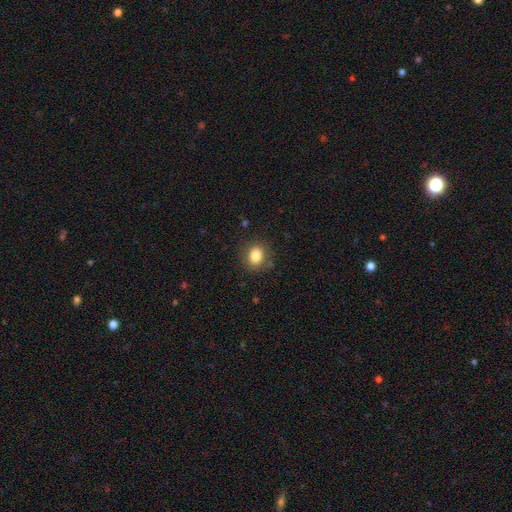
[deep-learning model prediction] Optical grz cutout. It shows a smooth galaxy with no disk features (83%) that is round (55%). Merging: none (85%).